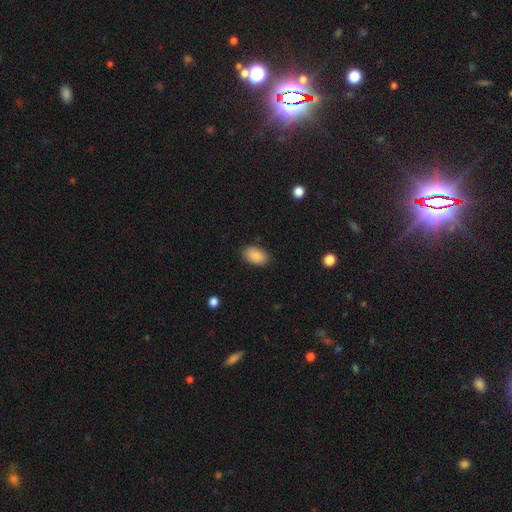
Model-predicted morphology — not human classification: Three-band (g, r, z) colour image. It shows a smooth galaxy with no disk features (88%) that is in between round and cigar-shaped (90%). Merging: none (85%).